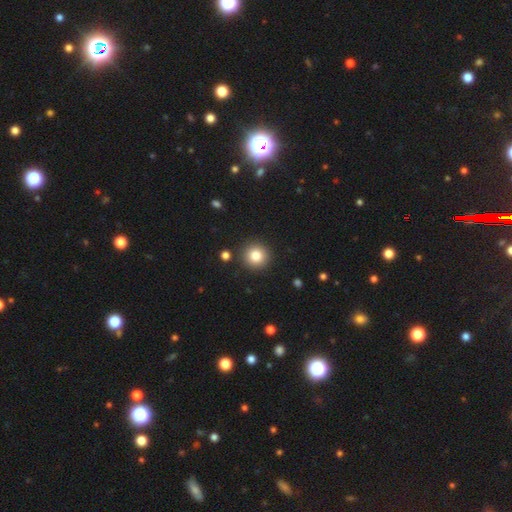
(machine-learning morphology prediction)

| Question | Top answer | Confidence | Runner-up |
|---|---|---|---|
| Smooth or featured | smooth | 82% | star or artifact (10%) |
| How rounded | round | 94% | in between (5%) |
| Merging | none | 90% | minor disturbance (6%) |